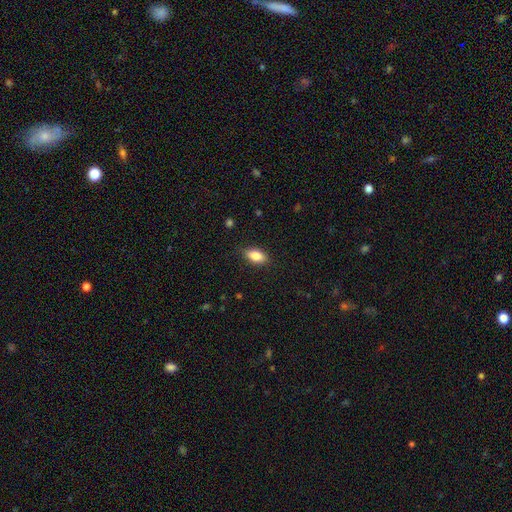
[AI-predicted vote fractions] Q: Smooth or featured?
A: smooth (83%); runner-up: featured or disk (10%)
Q: How rounded?
A: in between (88%); runner-up: cigar-shaped (7%)
Q: Merging?
A: none (86%); runner-up: minor disturbance (11%)